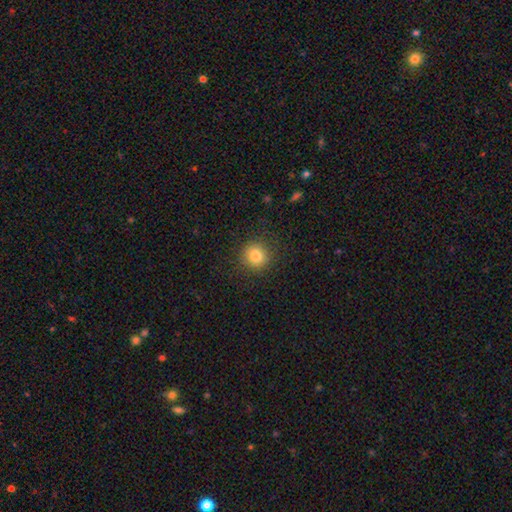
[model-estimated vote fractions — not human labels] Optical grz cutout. It shows a smooth galaxy with no disk features (82%) that is round (90%). Merging: none (89%).